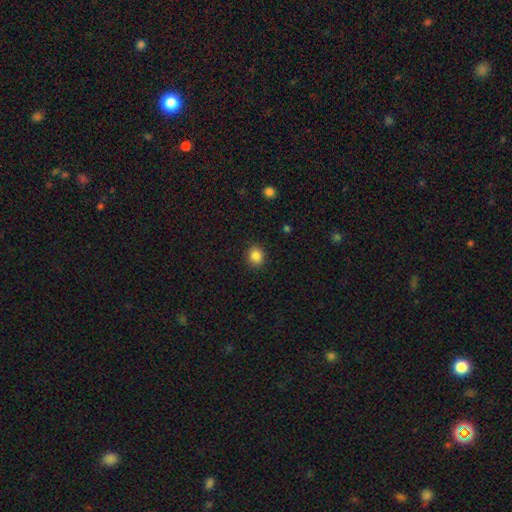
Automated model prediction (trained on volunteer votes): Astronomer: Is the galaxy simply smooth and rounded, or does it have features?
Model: smooth — 86%.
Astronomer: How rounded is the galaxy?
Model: round — 78%.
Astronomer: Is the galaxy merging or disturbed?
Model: none — 89%.